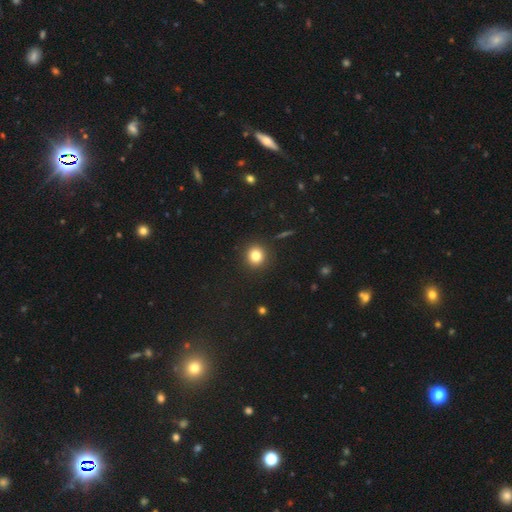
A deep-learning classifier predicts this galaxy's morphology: The model was most divided on "smooth or featured": smooth: 81%, star or artifact: 12%, featured or disk: 7%. More confident: merging — none (91%); how rounded — round (91%).